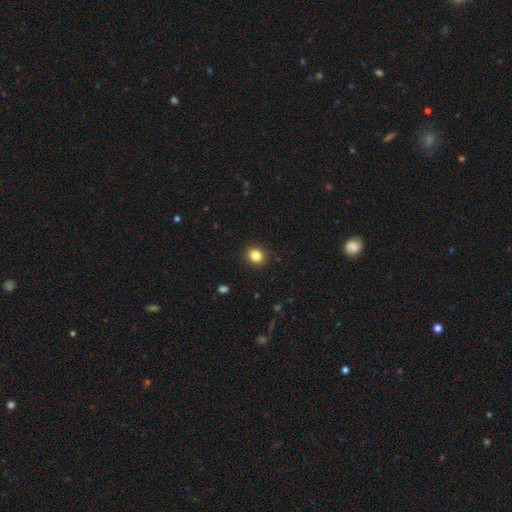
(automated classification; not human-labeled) This appears to be a smooth galaxy with no disk features (84%) that is round (68%). Merging: none (90%).